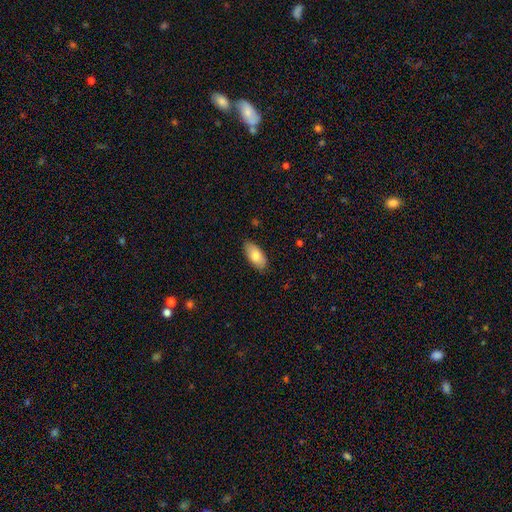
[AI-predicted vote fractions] Morphology: type=smooth (80%); roundness=in between (91%); merging=none (84%).